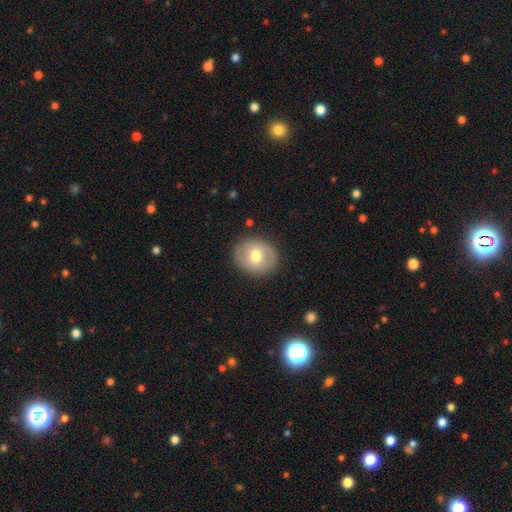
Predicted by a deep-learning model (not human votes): smooth 59%, featured or disk 34%, star or artifact 7%. Down the decision tree: how rounded — round (59%); merging — none (86%).